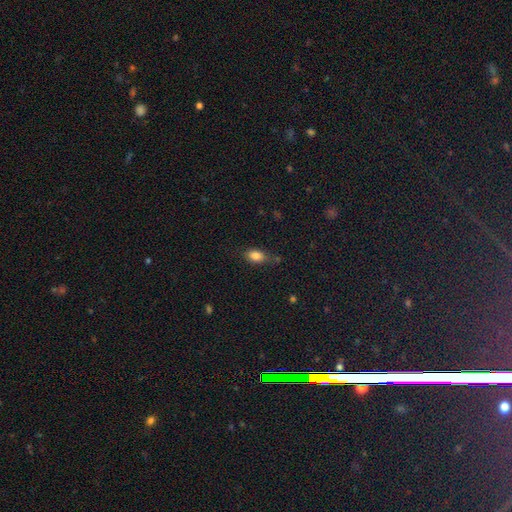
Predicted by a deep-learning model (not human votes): smooth_or_featured: smooth (p=0.84) [alt: star or artifact p=0.09]
how_rounded: in between (p=0.83) [alt: round p=0.13]
merging: none (p=0.64) [alt: minor disturbance p=0.25]